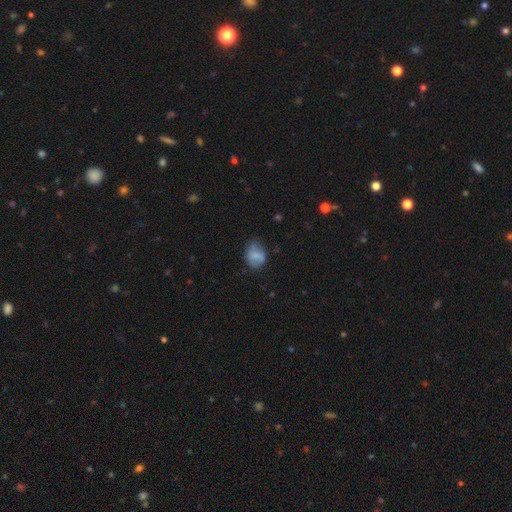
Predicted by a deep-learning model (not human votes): A smooth galaxy with no disk features (71%) that is round (50%).

Vote fractions:
- Smooth or featured? smooth: 71% / featured or disk: 19% / star or artifact: 10%
- How rounded? round: 50% / in between: 49% / cigar-shaped: 1%
- Merging? none: 54% / minor disturbance: 32% / major disturbance: 11% / merger: 2%